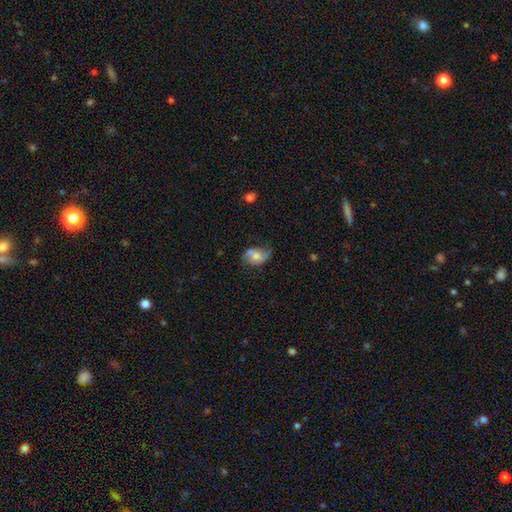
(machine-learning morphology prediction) type=featured or disk (48%); merging=none (51%).